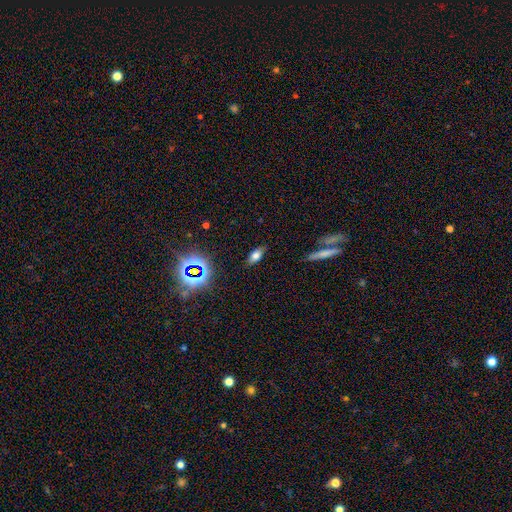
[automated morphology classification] smooth-or-featured: smooth: 68% | star or artifact: 17% | featured or disk: 15%
  how-rounded: in between: 83% | cigar-shaped: 11% | round: 7%
  merging: none: 84% | minor disturbance: 11% | major disturbance: 3% | merger: 2%